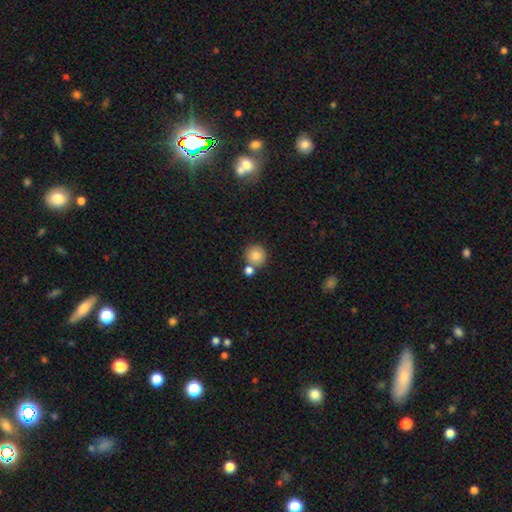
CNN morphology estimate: Overall: smooth (83%). How rounded: round (93%). Merging: none (68%).